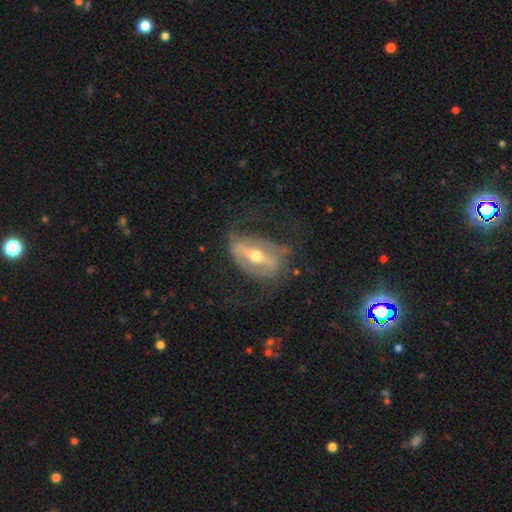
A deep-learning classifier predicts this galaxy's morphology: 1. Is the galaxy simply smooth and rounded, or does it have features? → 80% featured or disk, 12% smooth, 8% star or artifact.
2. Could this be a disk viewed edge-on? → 86% no, 14% yes.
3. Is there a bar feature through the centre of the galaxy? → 66% strong, 22% weak, 12% no.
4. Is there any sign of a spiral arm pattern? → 72% yes, 28% no.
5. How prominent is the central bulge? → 64% moderate, 31% small, 3% large, 1% dominant, 1% none.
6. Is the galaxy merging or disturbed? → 53% none, 25% major disturbance, 20% minor disturbance, 2% merger.